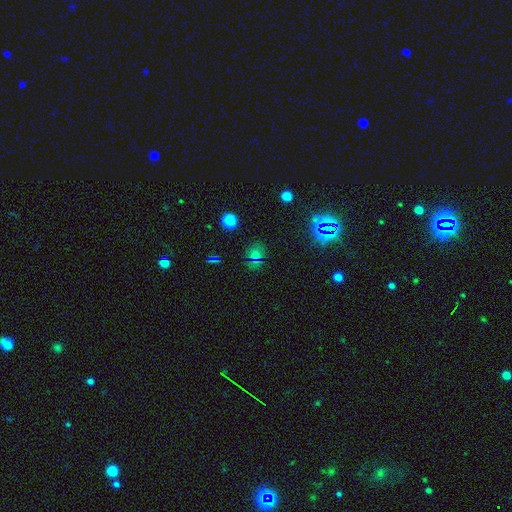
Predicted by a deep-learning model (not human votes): Smooth or featured: smooth — 54% (star or artifact — 36%)
How rounded: round — 62% (in between — 37%)
Merging: none — 82% (minor disturbance — 11%)